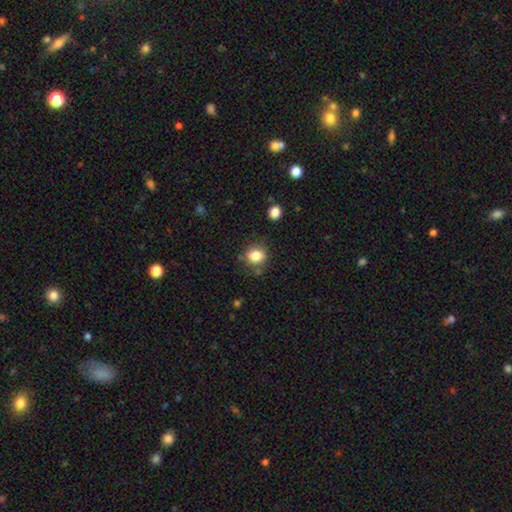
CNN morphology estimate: This appears to be a smooth galaxy with no disk features (83%) that is round (69%). Merging: none (76%).